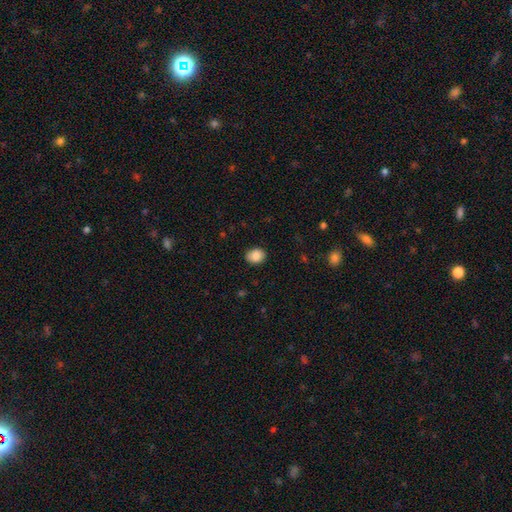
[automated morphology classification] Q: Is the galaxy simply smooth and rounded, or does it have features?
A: smooth — 87%.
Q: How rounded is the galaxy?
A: in between — 51%.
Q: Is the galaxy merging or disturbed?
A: none — 87%.